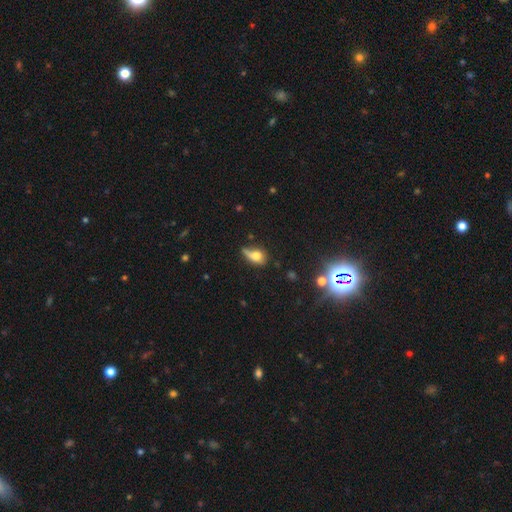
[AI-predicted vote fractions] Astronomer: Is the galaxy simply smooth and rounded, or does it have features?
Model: smooth — 65%.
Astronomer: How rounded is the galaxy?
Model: in between — 71%.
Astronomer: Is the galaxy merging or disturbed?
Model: none — 33% (runner-up: minor disturbance, 32%).